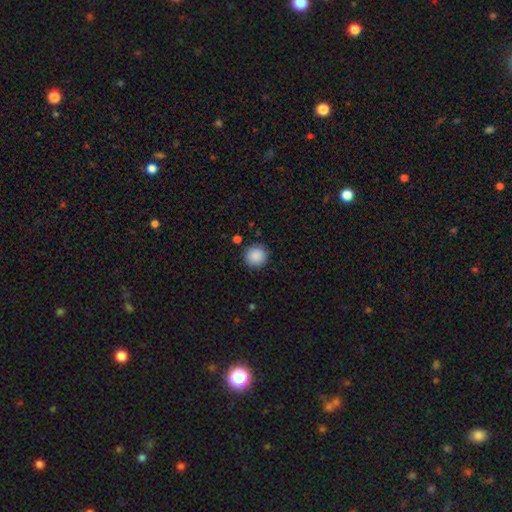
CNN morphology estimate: type=smooth (89%); roundness=round (94%); merging=none (90%).